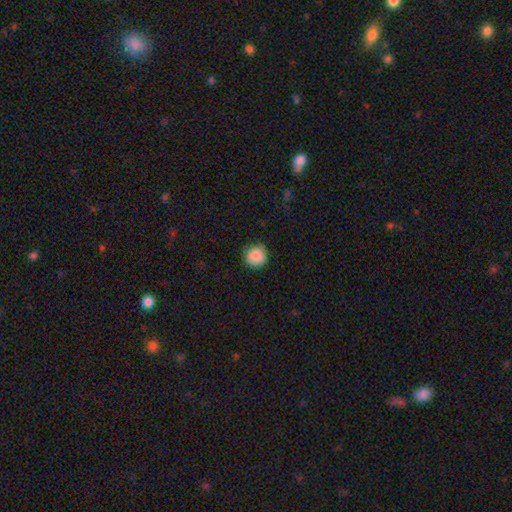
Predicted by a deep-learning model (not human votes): This is clearly a smooth galaxy (88%). How rounded: clearly round (93%). Merging: clearly none (84%).